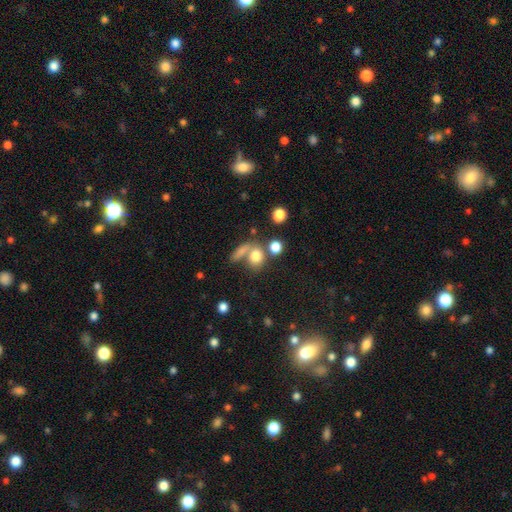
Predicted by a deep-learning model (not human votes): The model was most divided on "merging": none: 42%, merger: 38%, minor disturbance: 11%, major disturbance: 9%. More confident: smooth or featured — smooth (77%); how rounded — round (60%).